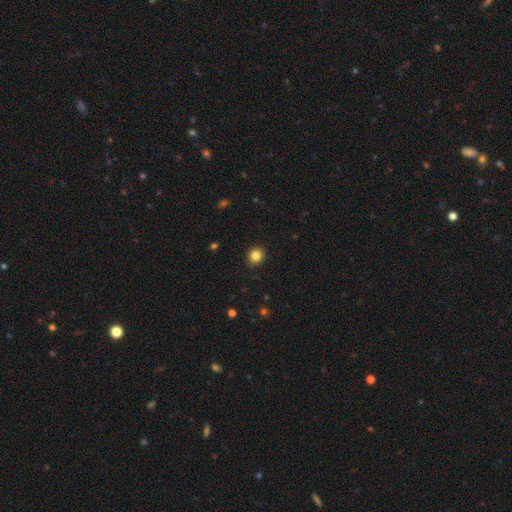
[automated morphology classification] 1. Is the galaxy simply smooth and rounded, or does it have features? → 84% smooth, 11% star or artifact, 5% featured or disk.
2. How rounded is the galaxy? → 82% round, 17% in between, 1% cigar-shaped.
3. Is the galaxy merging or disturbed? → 92% none, 6% minor disturbance, 2% major disturbance, 1% merger.